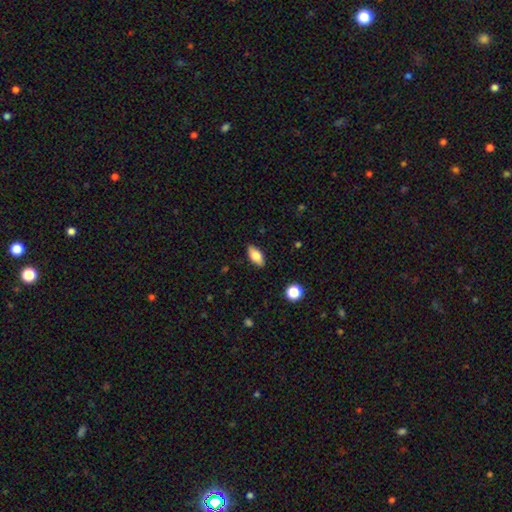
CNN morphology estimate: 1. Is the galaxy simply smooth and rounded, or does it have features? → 80% smooth, 13% featured or disk, 8% star or artifact.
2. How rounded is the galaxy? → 89% in between, 7% cigar-shaped, 4% round.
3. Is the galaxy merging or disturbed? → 87% none, 9% minor disturbance, 2% major disturbance, 1% merger.